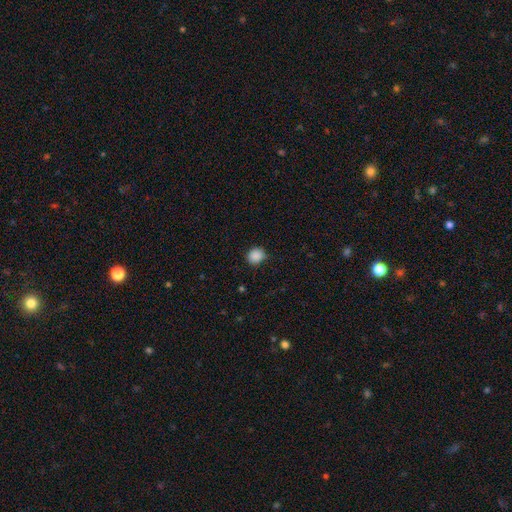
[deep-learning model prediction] This is clearly a smooth galaxy (88%). How rounded: likely round (79%). Merging: clearly none (82%).